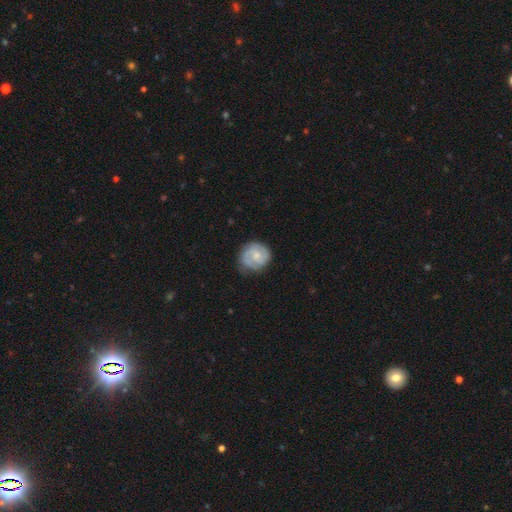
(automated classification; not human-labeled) Smooth or featured?
  - featured or disk: 58% *
  - smooth: 36%
  - star or artifact: 6%
Edge-on disk?
  - no: 98% *
  - yes: 2%
Bar?
  - no: 73% *
  - weak: 24%
  - strong: 3%
Spiral arms?
  - yes: 82% *
  - no: 18%
Bulge size?
  - moderate: 45% * (tied)
  - small: 45% * (tied)
  - none: 6%
  - large: 3%
  - dominant: 1%
Merging?
  - none: 68% *
  - minor disturbance: 24%
  - major disturbance: 7%
  - merger: 2%